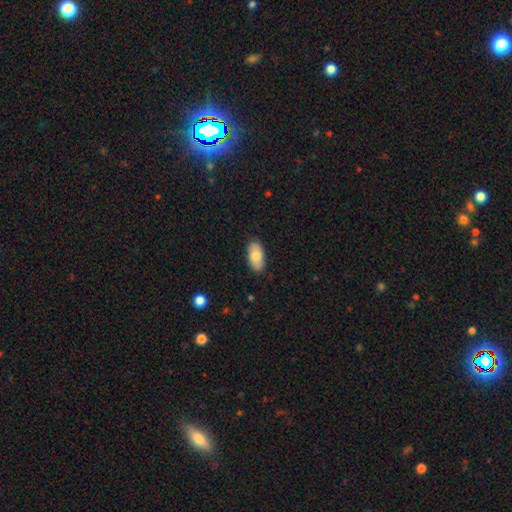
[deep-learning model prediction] smooth 78%, featured or disk 15%, star or artifact 6%. Down the decision tree: how rounded — in between (93%); merging — none (85%).